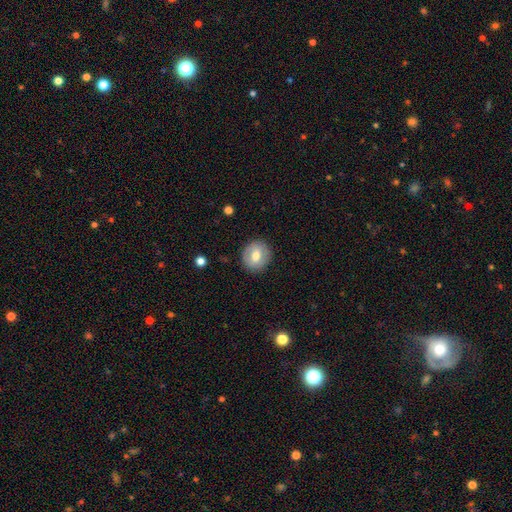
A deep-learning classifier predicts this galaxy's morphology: This is likely a smooth galaxy (64%). How rounded: clearly round (84%). Merging: clearly none (87%).